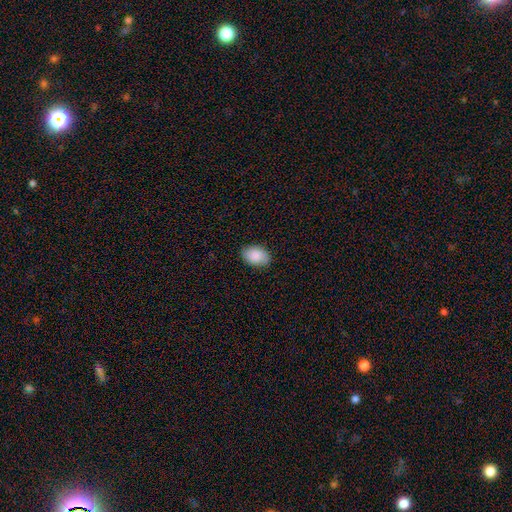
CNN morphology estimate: smooth_or_featured: smooth (p=0.88) [alt: star or artifact p=0.06]
how_rounded: in between (p=0.86) [alt: round p=0.13]
merging: none (p=0.86) [alt: minor disturbance p=0.10]